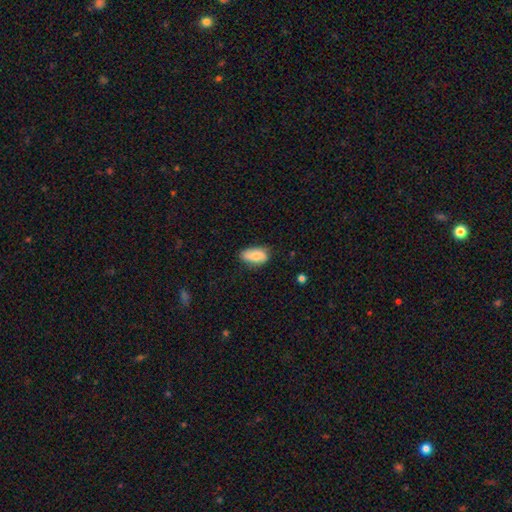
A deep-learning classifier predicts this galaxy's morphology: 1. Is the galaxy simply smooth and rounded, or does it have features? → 78% smooth, 15% featured or disk, 7% star or artifact.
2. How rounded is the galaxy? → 90% in between, 7% cigar-shaped, 3% round.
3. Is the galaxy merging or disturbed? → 68% none, 26% minor disturbance, 5% major disturbance, 2% merger.